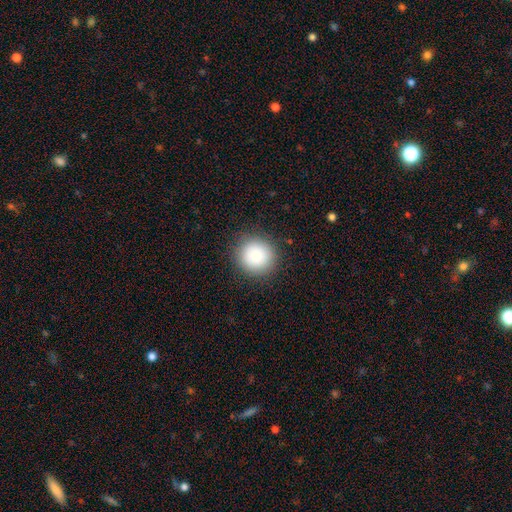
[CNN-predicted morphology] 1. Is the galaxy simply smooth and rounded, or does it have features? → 84% smooth, 9% star or artifact, 7% featured or disk.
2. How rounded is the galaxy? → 93% round, 6% in between, 1% cigar-shaped.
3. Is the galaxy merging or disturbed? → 89% none, 8% minor disturbance, 3% major disturbance, 1% merger.